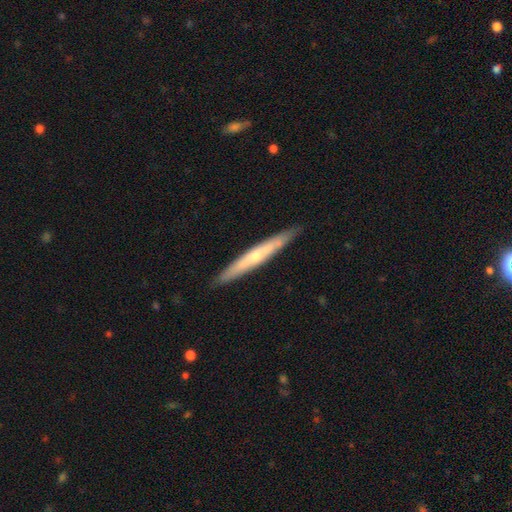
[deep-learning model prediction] smooth_or_featured: featured or disk (p=0.60) [alt: smooth p=0.34]
disk_edge_on: yes (p=0.94) [alt: no p=0.06]
edge_on_bulge: rounded (p=0.66) [alt: none p=0.30]
merging: none (p=0.91) [alt: minor disturbance p=0.07]